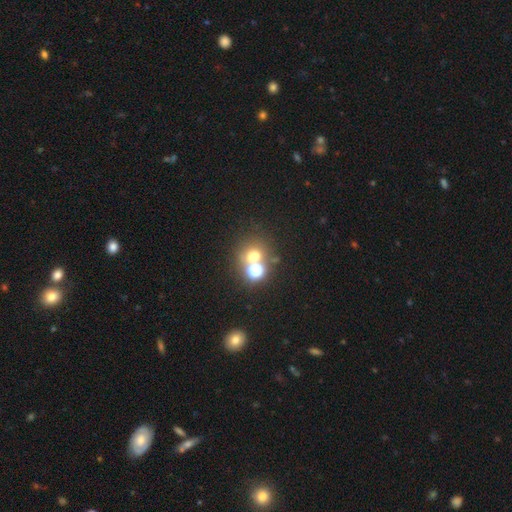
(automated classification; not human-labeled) Smooth or featured?
  - smooth: 58% *
  - star or artifact: 31%
  - featured or disk: 11%
How rounded?
  - round: 82% *
  - in between: 17%
  - cigar-shaped: 1%
Merging?
  - none: 57% *
  - merger: 31%
  - minor disturbance: 7%
  - major disturbance: 4%